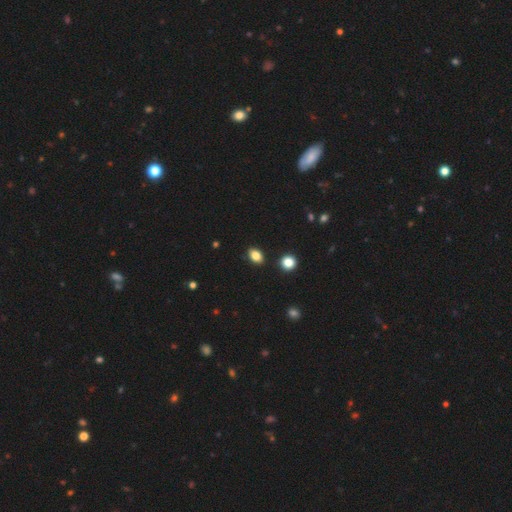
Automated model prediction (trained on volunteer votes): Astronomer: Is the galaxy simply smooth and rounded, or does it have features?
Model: smooth — 84%.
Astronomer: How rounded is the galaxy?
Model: in between — 80%.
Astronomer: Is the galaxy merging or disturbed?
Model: none — 87%.